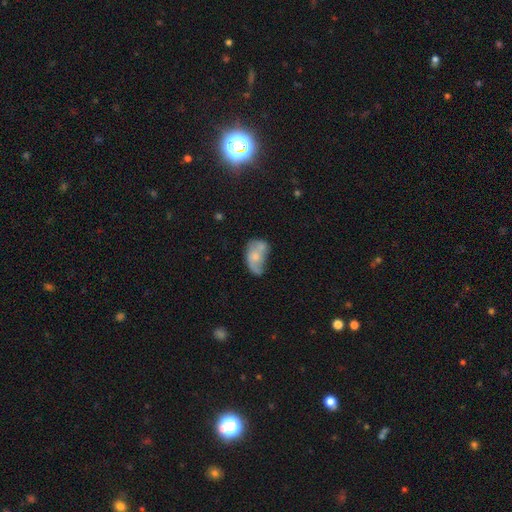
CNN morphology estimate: Smooth or featured?
  - smooth: 52% *
  - featured or disk: 39%
  - star or artifact: 8%
How rounded?
  - in between: 88% *
  - round: 10%
  - cigar-shaped: 2%
Merging?
  - minor disturbance: 29% *
  - none: 26%
  - merger: 25%
  - major disturbance: 20%